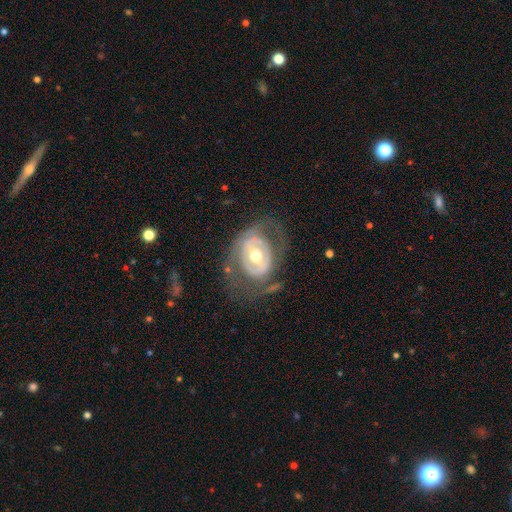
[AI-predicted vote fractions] A featured or disk galaxy (74%) with no bar (52%), no spiral arms (53%) and a moderate central bulge (74%).

Vote fractions:
- Smooth or featured? featured or disk: 74% / smooth: 21% / star or artifact: 5%
- Edge-on disk? no: 95% / yes: 5%
- Bar? no: 52% / weak: 29% / strong: 19%
- Spiral arms? no: 53% / yes: 47%
- Bulge size? moderate: 74% / small: 16% / large: 8% / dominant: 1% / none: 1%
- Merging? none: 57% / major disturbance: 22% / minor disturbance: 19% / merger: 2%